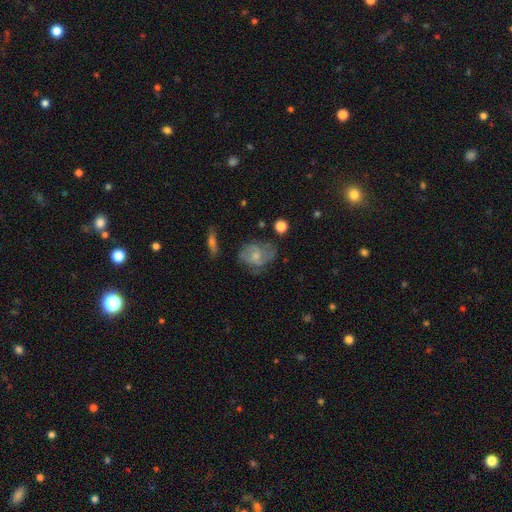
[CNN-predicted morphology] Smooth or featured? Predicted: featured or disk (p=0.56). Edge-on disk? Predicted: no (p=0.97). Bar? Predicted: no (p=0.68). Spiral arms? Predicted: yes (p=0.77). Bulge size? Predicted: small (p=0.59). Merging? Predicted: none (p=0.51).